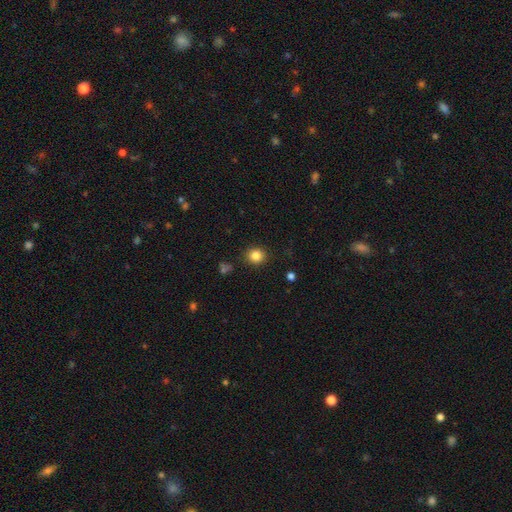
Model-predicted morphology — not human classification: smooth-or-featured: smooth: 84% | star or artifact: 11% | featured or disk: 5%
  how-rounded: round: 84% | in between: 15% | cigar-shaped: 1%
  merging: none: 88% | minor disturbance: 8% | major disturbance: 3% | merger: 2%